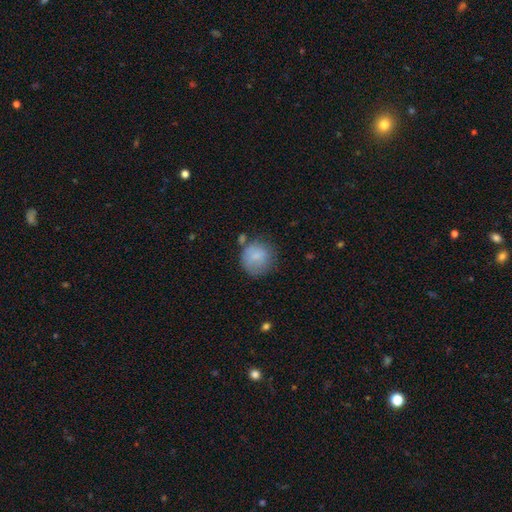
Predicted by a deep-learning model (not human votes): Q: Smooth or featured?
A: smooth (79%); runner-up: featured or disk (13%)
Q: How rounded?
A: round (86%); runner-up: in between (13%)
Q: Merging?
A: none (57%); runner-up: minor disturbance (24%)